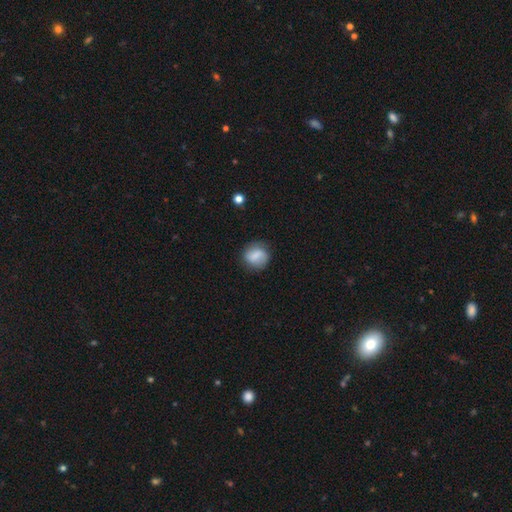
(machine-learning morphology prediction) smooth-or-featured: smooth: 71% | featured or disk: 21% | star or artifact: 8%
  how-rounded: round: 75% | in between: 24% | cigar-shaped: 1%
  merging: none: 76% | minor disturbance: 17% | major disturbance: 5% | merger: 2%